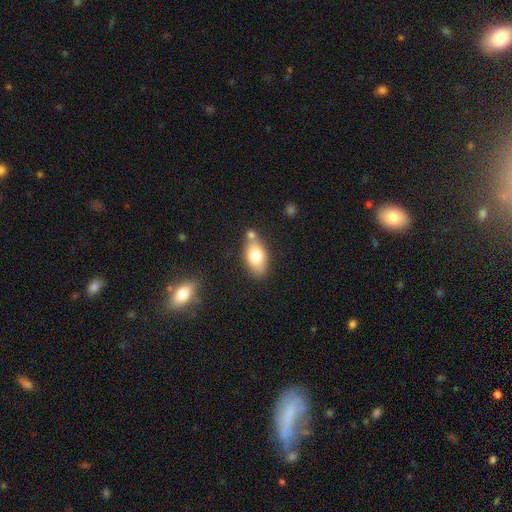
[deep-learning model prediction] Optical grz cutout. It shows a smooth galaxy with no disk features (74%) that is in between round and cigar-shaped (89%). Merging: none (61%).